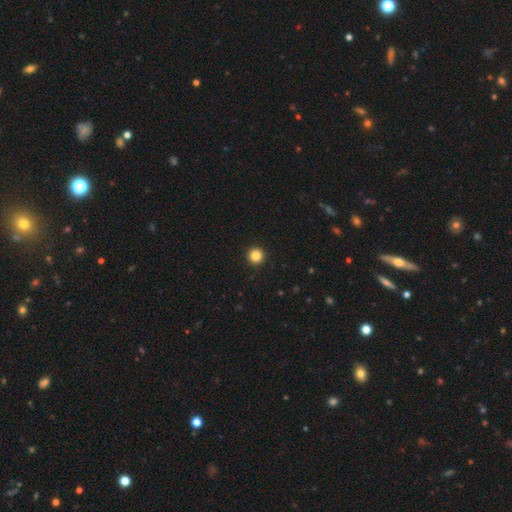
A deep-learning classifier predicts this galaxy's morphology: type=smooth (84%); roundness=round (96%); merging=none (94%).